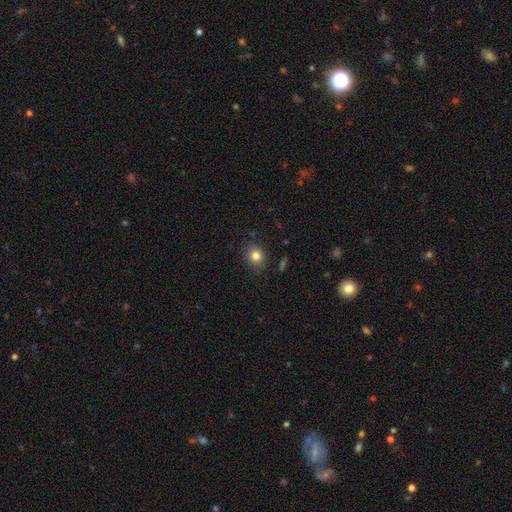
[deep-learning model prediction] The model was most divided on "how rounded": round: 74%, in between: 25%, cigar-shaped: 1%. More confident: merging — none (86%); smooth or featured — smooth (81%).